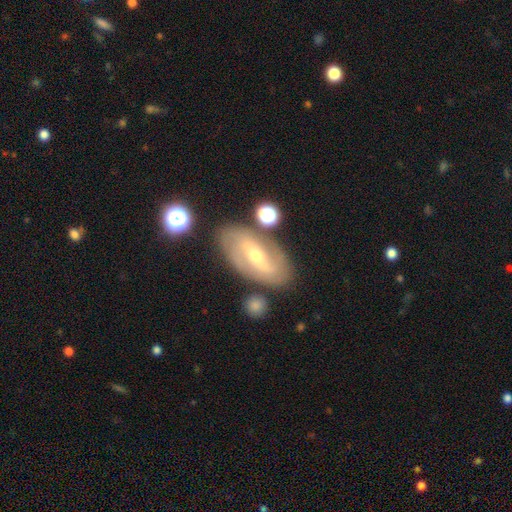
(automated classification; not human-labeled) Overall: featured or disk (77%). Edge-on disk: no (91%). Bar: strong (44%; weak 37%). Spiral arms: yes (84%). Spiral arm count: 2 (78%). Spiral winding: medium (40%; tight 32%). Bulge size: small (51%; moderate 46%). Merging: none (77%).